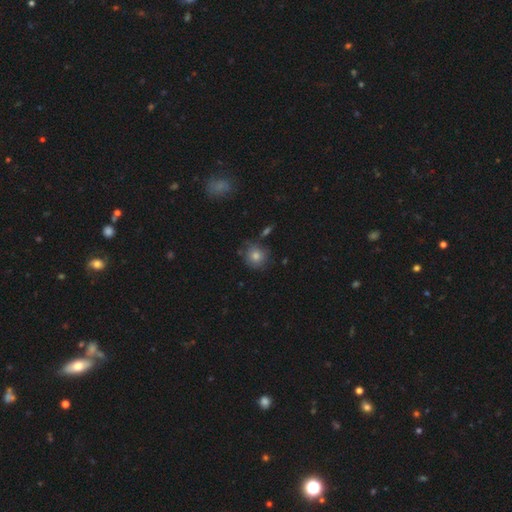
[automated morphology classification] type=smooth (74%); roundness=round (88%); merging=none (77%).